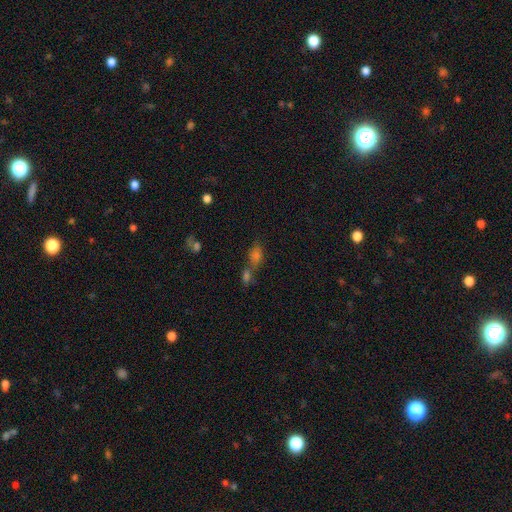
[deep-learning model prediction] Q: Smooth or featured?
A: smooth (61%); runner-up: star or artifact (27%)
Q: How rounded?
A: in between (69%); runner-up: round (24%)
Q: Merging?
A: merger (45%); runner-up: none (41%)